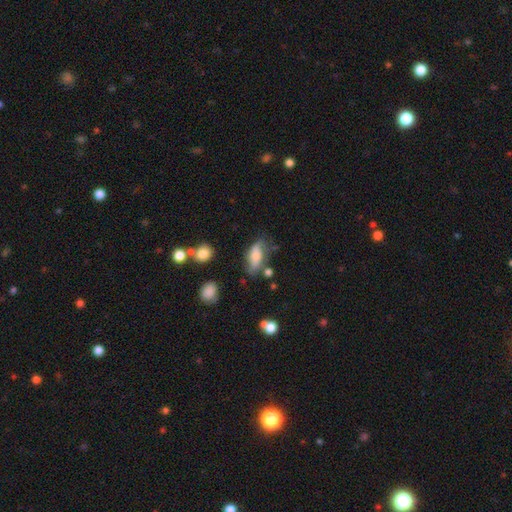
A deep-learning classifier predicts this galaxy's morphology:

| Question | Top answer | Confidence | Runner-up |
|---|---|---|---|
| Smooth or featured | smooth | 70% | featured or disk (21%) |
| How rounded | in between | 82% | cigar-shaped (14%) |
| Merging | none | 51% | minor disturbance (29%) |